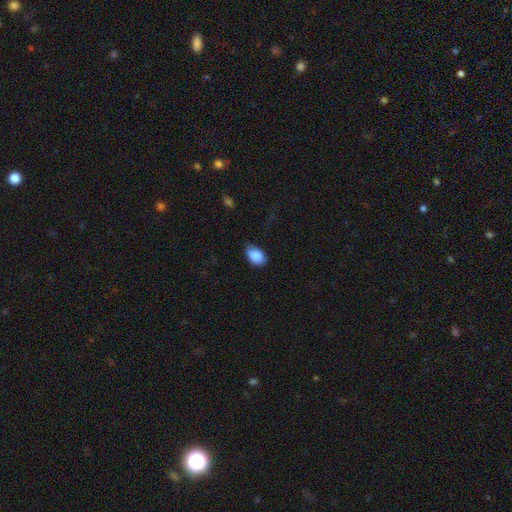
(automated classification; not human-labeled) Overall: smooth (88%). How rounded: in between (82%). Merging: none (61%; minor disturbance 31%).